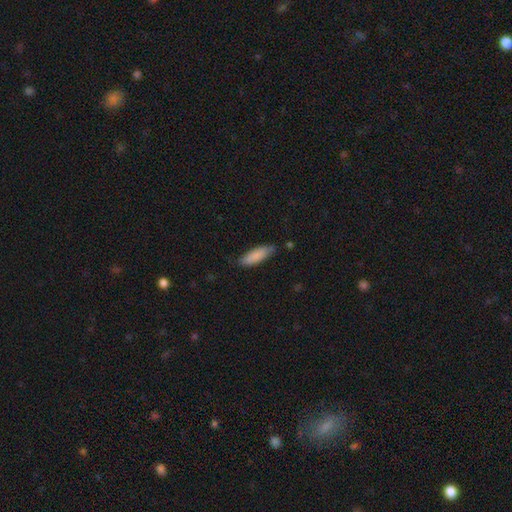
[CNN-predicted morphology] Overall: smooth (85%). How rounded: in between (54%; cigar-shaped 45%). Merging: none (75%).